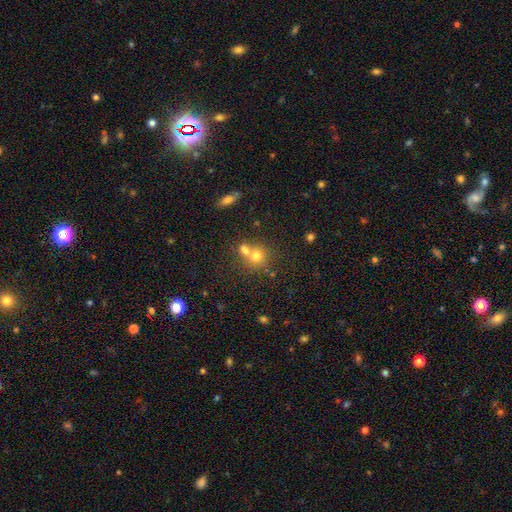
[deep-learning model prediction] Morphology: type=smooth (71%); roundness=round (80%); merging=merger (51%).